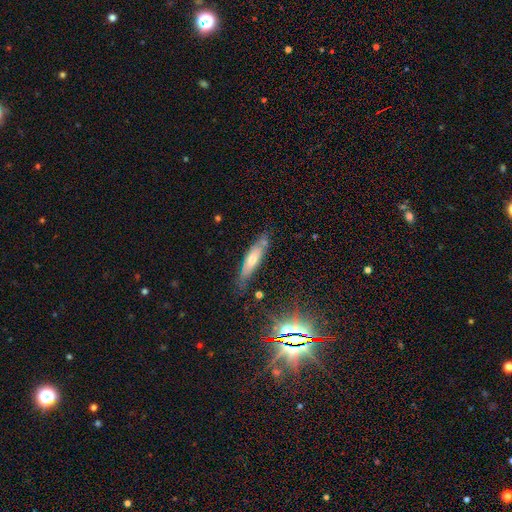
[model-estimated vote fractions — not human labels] featured or disk 47%, smooth 37%, star or artifact 16%. Down the decision tree: merging — none (74%).